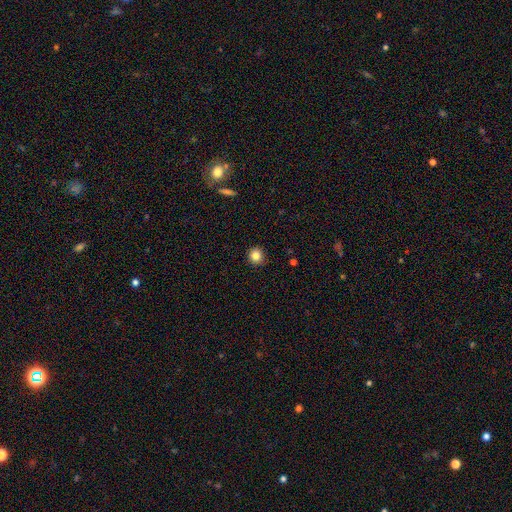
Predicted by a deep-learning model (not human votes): The model was most divided on "smooth or featured": smooth: 83%, star or artifact: 11%, featured or disk: 6%. More confident: how rounded — round (91%); merging — none (90%).